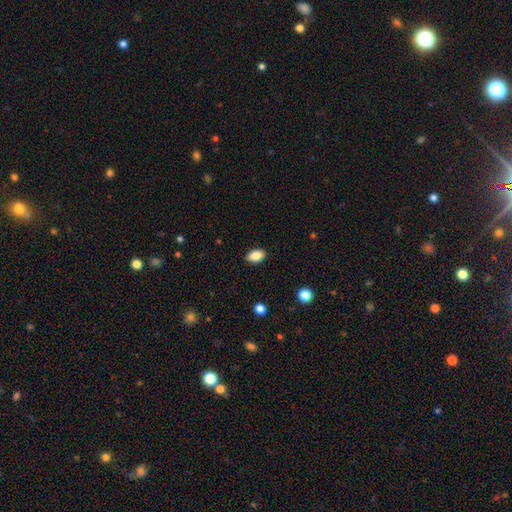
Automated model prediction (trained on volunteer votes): A smooth galaxy with no disk features (85%) that is in between round and cigar-shaped (88%).

Vote fractions:
- Smooth or featured? smooth: 85% / star or artifact: 8% / featured or disk: 6%
- How rounded? in between: 88% / round: 10% / cigar-shaped: 2%
- Merging? none: 88% / minor disturbance: 8% / major disturbance: 2% / merger: 1%